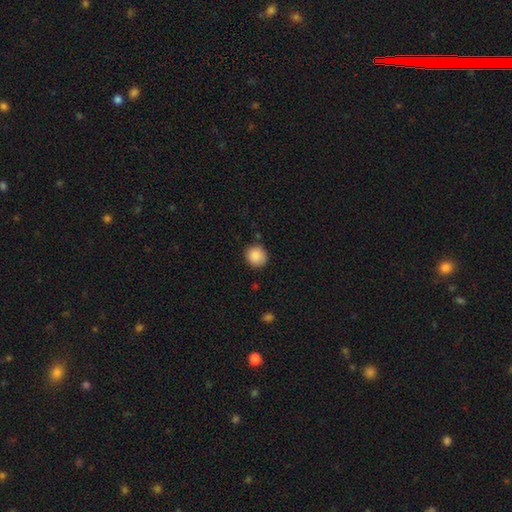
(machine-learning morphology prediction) Smooth or featured: smooth — 88% (star or artifact — 8%)
How rounded: round — 85% (in between — 14%)
Merging: none — 83% (minor disturbance — 12%)